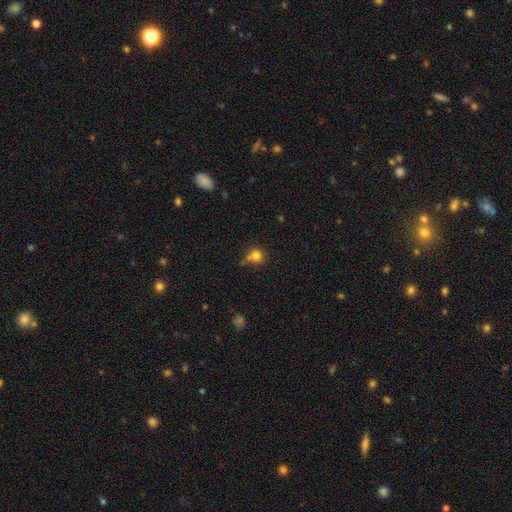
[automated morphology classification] Smooth or featured: smooth — 79% (star or artifact — 13%)
How rounded: round — 86% (in between — 13%)
Merging: none — 59% (merger — 18%)